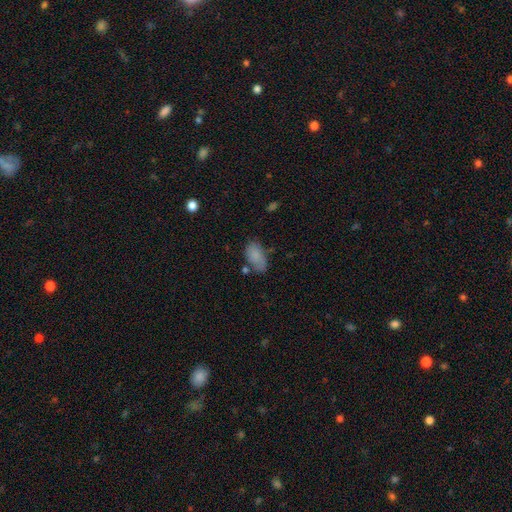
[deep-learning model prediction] A smooth galaxy with no disk features (82%) that is in between round and cigar-shaped (93%). Merging: none (55%).